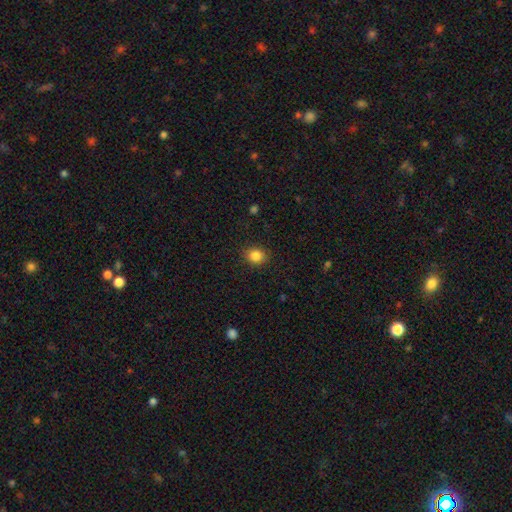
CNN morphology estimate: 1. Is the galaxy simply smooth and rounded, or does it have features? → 85% smooth, 10% star or artifact, 4% featured or disk.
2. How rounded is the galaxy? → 65% round, 34% in between, 1% cigar-shaped.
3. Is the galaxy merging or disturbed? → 89% none, 8% minor disturbance, 2% major disturbance, 1% merger.